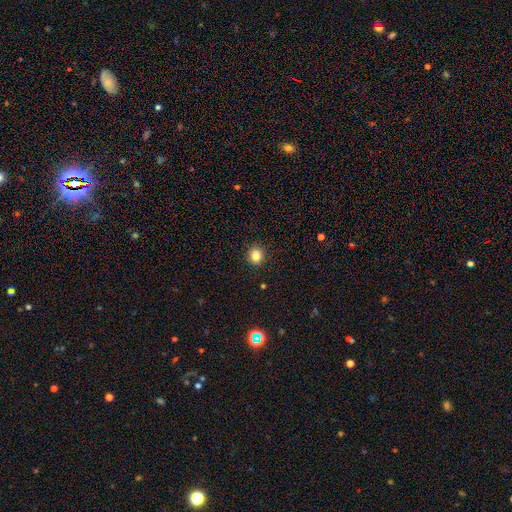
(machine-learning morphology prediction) Overall: smooth (83%). How rounded: round (79%). Merging: none (91%).